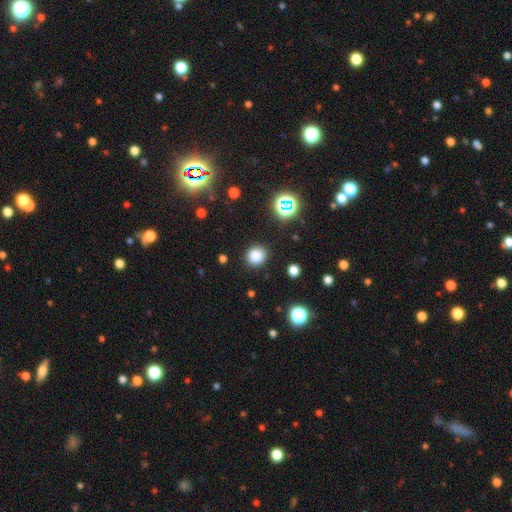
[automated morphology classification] The model was most divided on "smooth or featured": smooth: 81%, star or artifact: 15%, featured or disk: 4%. More confident: merging — none (88%); how rounded — round (85%).